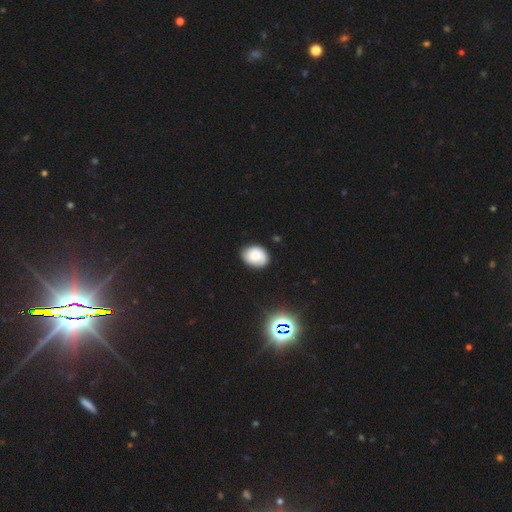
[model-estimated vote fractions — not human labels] Smooth or featured: smooth — 68% (featured or disk — 22%)
How rounded: in between — 60% (round — 40%)
Merging: none — 79% (minor disturbance — 16%)